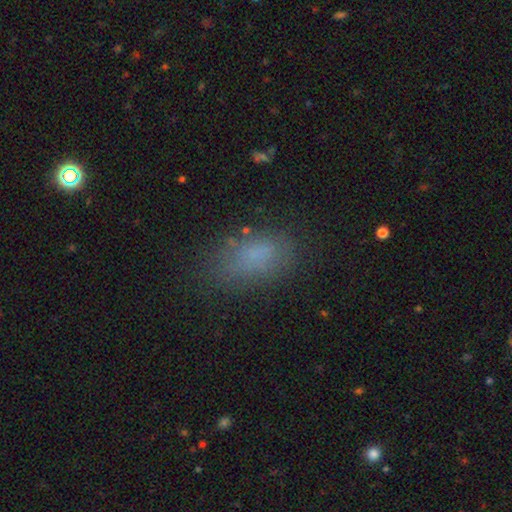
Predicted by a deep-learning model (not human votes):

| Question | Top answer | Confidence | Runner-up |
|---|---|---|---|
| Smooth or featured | smooth | 76% | star or artifact (13%) |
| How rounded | in between | 89% | round (7%) |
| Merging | none | 69% | minor disturbance (20%) |